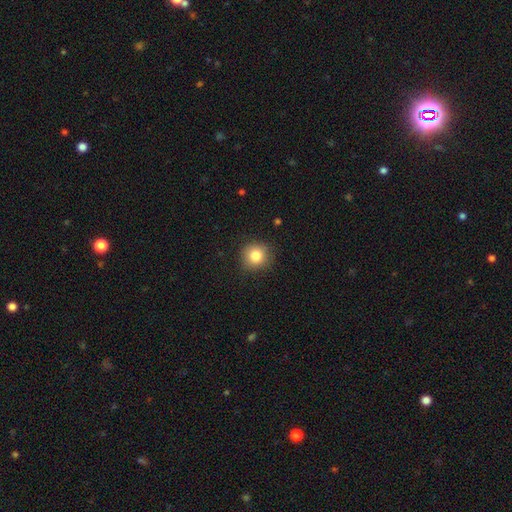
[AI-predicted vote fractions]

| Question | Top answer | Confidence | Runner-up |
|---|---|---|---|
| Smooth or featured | smooth | 83% | star or artifact (10%) |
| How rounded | round | 91% | in between (8%) |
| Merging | none | 87% | minor disturbance (10%) |